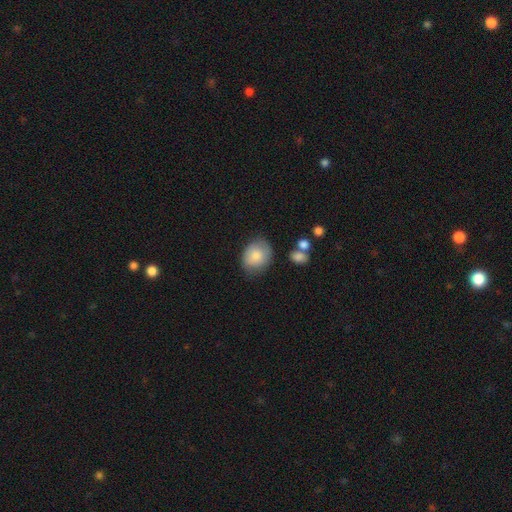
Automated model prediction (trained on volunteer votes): A smooth galaxy with no disk features (82%) that is in between round and cigar-shaped (53%). Merging: none (71%).